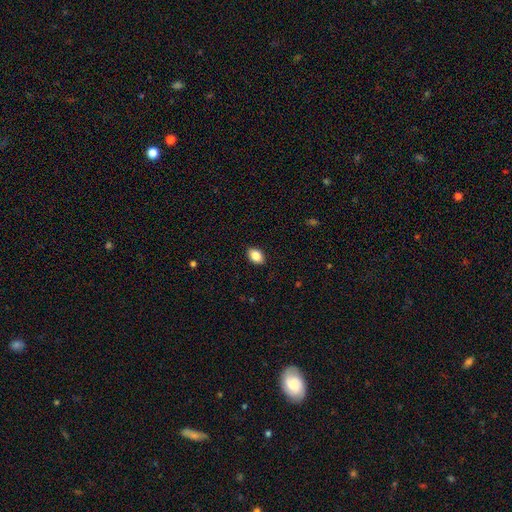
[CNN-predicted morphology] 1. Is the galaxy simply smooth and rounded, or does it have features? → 86% smooth, 8% star or artifact, 6% featured or disk.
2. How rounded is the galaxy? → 84% in between, 15% round, 1% cigar-shaped.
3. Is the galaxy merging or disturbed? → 89% none, 8% minor disturbance, 2% major disturbance, 1% merger.